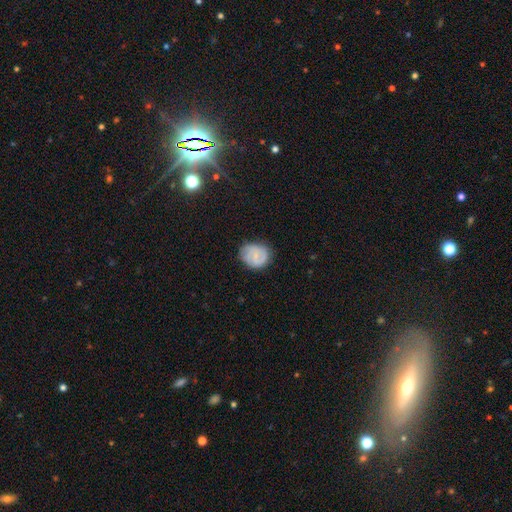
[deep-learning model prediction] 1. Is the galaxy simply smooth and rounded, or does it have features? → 47% featured or disk, 46% smooth, 8% star or artifact.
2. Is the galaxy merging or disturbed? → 74% none, 20% minor disturbance, 5% major disturbance, 1% merger.